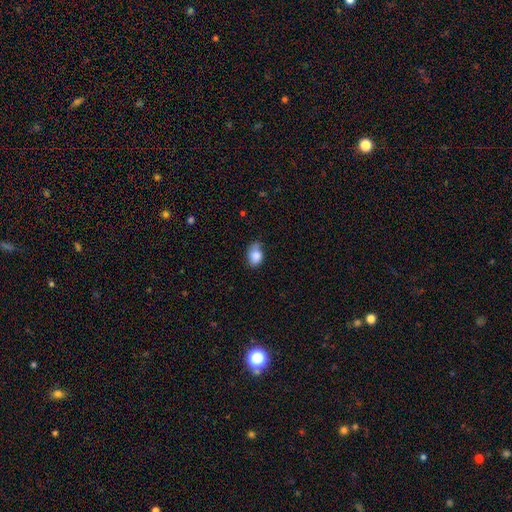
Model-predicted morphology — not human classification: Overall: smooth (83%). How rounded: in between (78%). Merging: none (48%; minor disturbance 38%).